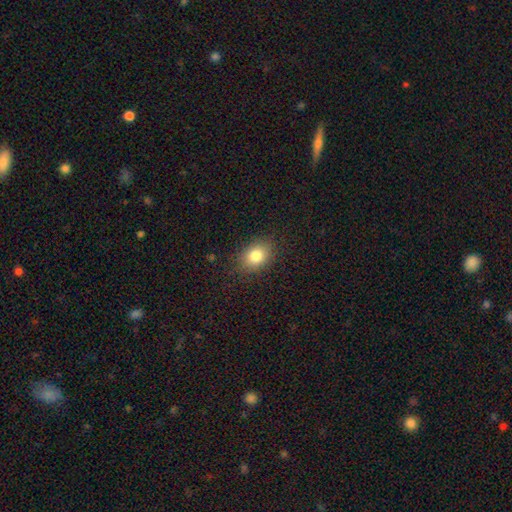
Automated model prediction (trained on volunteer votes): smooth 82%, star or artifact 10%, featured or disk 8%. Down the decision tree: how rounded — in between (70%); merging — none (84%).